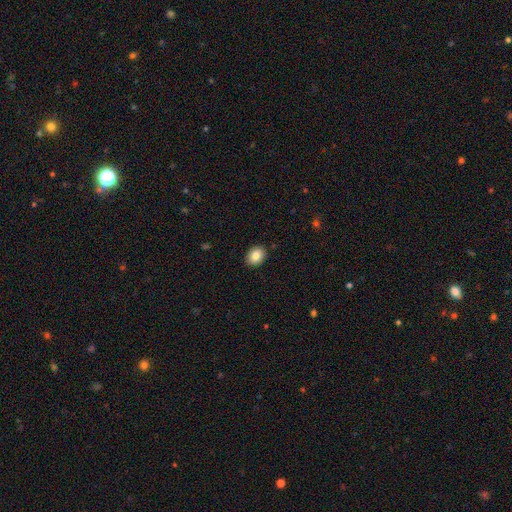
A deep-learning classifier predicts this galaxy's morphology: type=smooth (84%); roundness=in between (62%); merging=none (90%).